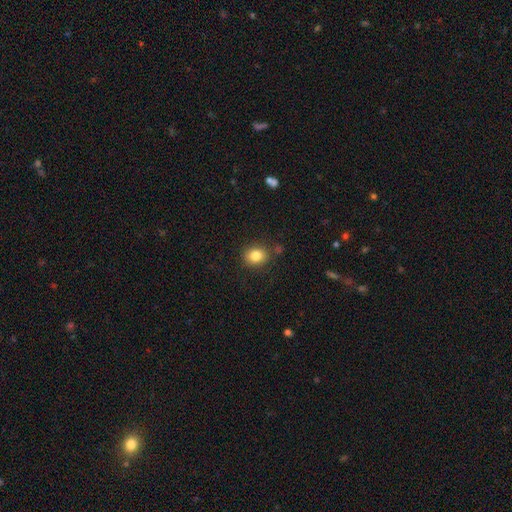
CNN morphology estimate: Overall: smooth (82%). How rounded: round (63%; in between 36%). Merging: none (83%).